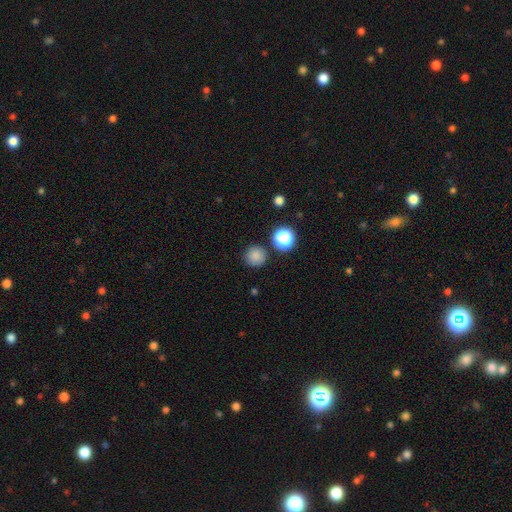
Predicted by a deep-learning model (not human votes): The model was most divided on "smooth or featured": smooth: 82%, star or artifact: 14%, featured or disk: 5%. More confident: how rounded — round (95%); merging — none (86%).